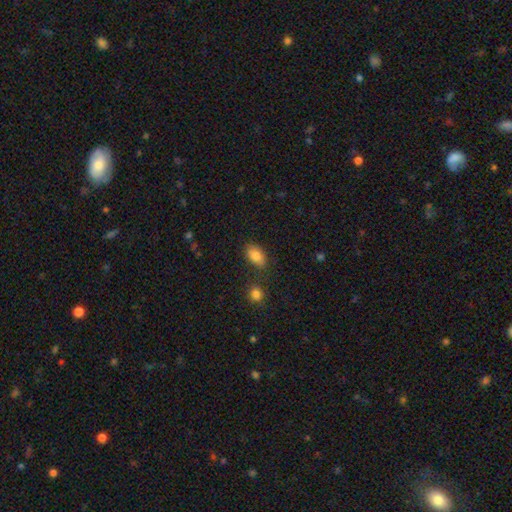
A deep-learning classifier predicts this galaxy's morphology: Smooth or featured? Predicted: smooth (p=0.84). How rounded? Predicted: in between (p=0.90). Merging? Predicted: none (p=0.80).